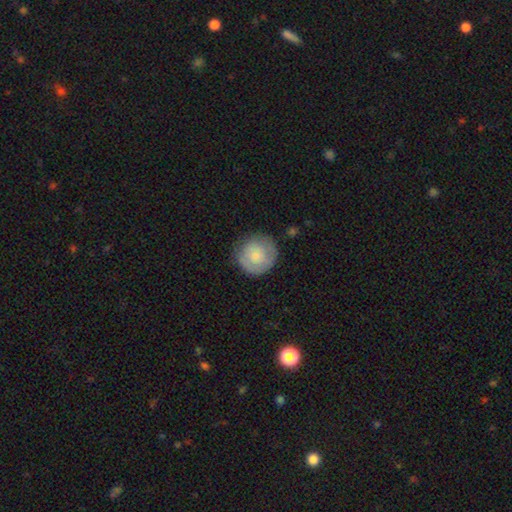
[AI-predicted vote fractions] smooth_or_featured: smooth (p=0.68) [alt: featured or disk p=0.26]
how_rounded: round (p=0.94) [alt: in between p=0.05]
merging: none (p=0.77) [alt: minor disturbance p=0.17]